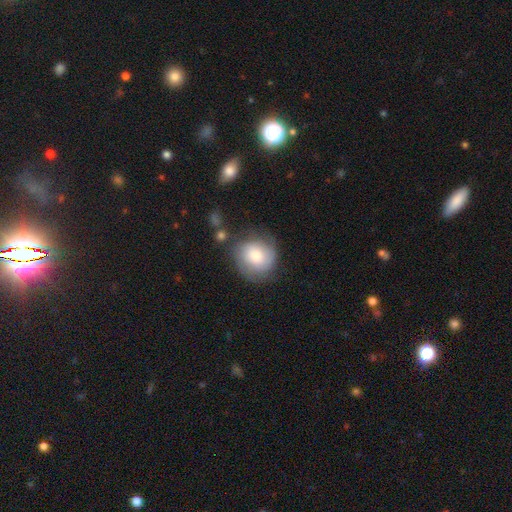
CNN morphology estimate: Smooth or featured? Predicted: smooth (p=0.58). How rounded? Predicted: round (p=0.82). Merging? Predicted: none (p=0.64).